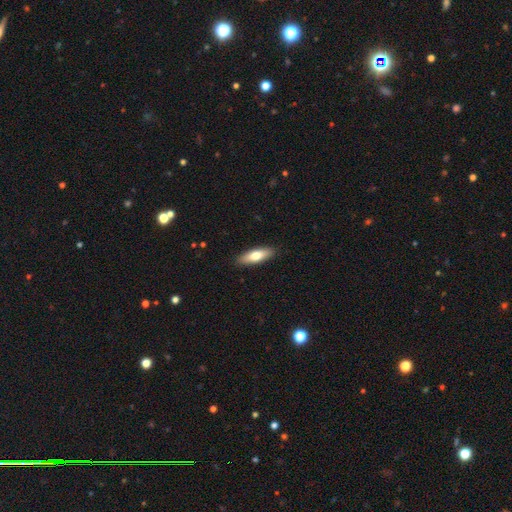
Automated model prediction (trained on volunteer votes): smooth-or-featured: smooth: 70% | featured or disk: 24% | star or artifact: 6%
  how-rounded: in between: 54% | cigar-shaped: 43% | round: 2%
  merging: none: 90% | minor disturbance: 8% | major disturbance: 2% | merger: 1%